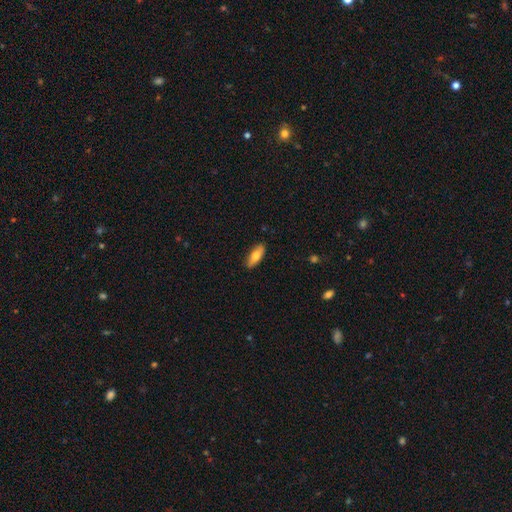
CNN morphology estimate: smooth 74%, featured or disk 20%, star or artifact 6%. Down the decision tree: how rounded — in between (70%); merging — none (88%).